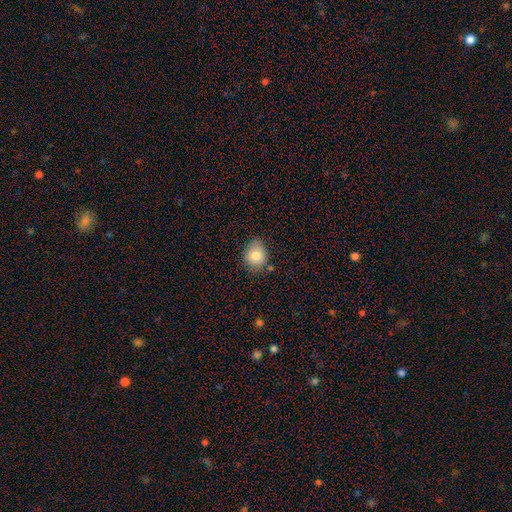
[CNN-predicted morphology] The model was most divided on "how rounded": in between: 51%, round: 48%, cigar-shaped: 1%. More confident: smooth or featured — smooth (82%); merging — none (71%).